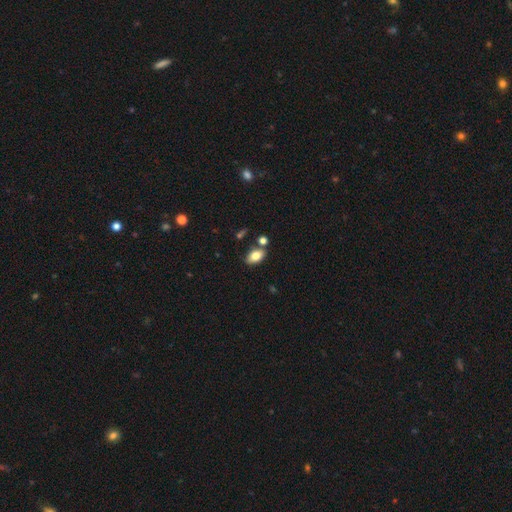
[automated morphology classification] smooth 78%, featured or disk 14%, star or artifact 8%. Down the decision tree: how rounded — in between (90%); merging — none (74%).